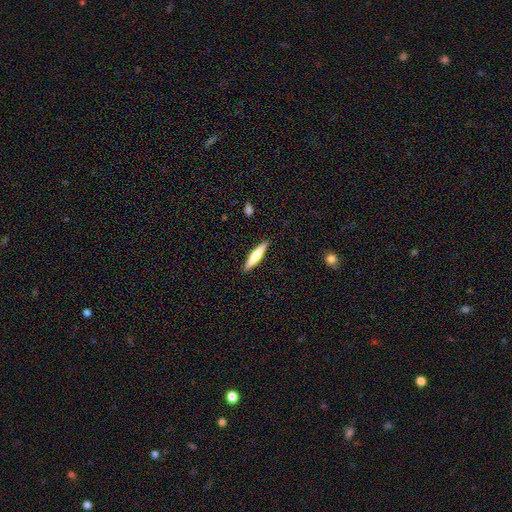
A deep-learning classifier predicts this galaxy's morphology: Smooth or featured: smooth — 66% (featured or disk — 29%)
How rounded: cigar-shaped — 85% (in between — 13%)
Merging: none — 90% (minor disturbance — 7%)